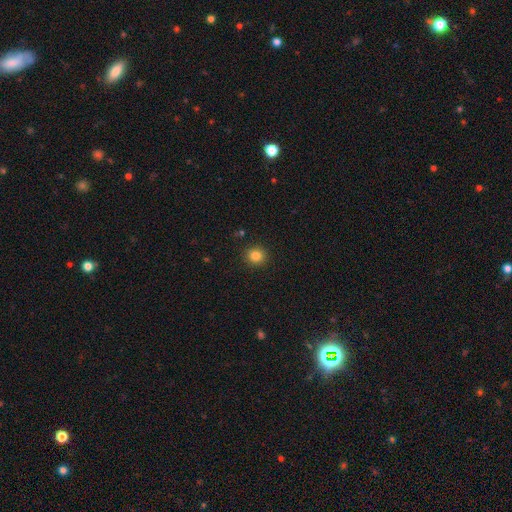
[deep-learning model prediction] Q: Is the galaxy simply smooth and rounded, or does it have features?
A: smooth — 83%.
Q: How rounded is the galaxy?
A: round — 89%.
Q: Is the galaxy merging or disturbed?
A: none — 91%.